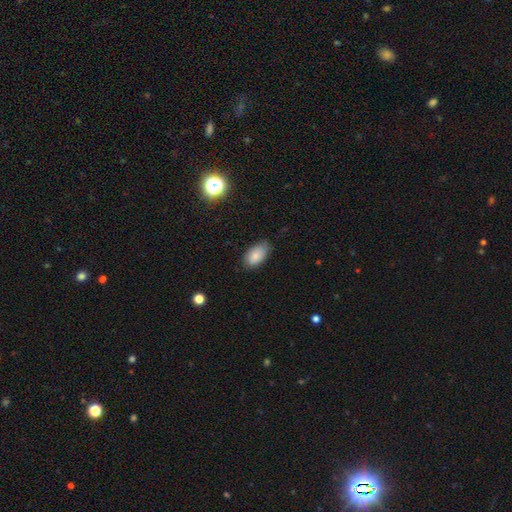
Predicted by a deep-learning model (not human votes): This is clearly a smooth galaxy (83%). How rounded: clearly in between (93%). Merging: likely none (73%).